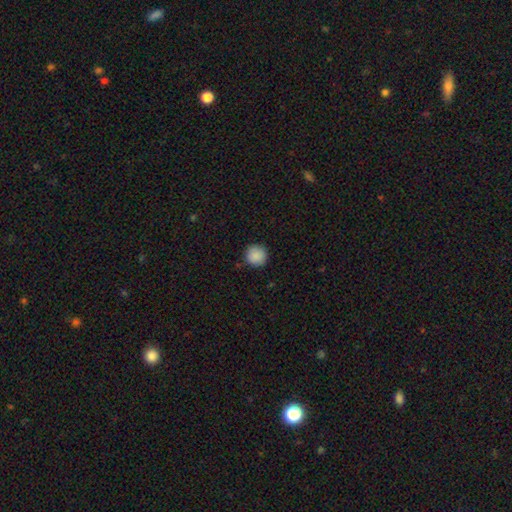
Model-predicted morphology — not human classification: This appears to be a smooth galaxy with no disk features (89%) that is round (95%). Merging: none (90%).